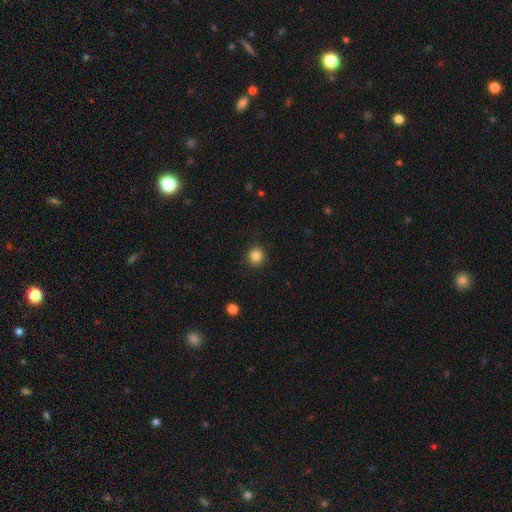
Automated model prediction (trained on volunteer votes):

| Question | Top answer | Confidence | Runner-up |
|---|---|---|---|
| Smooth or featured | smooth | 85% | star or artifact (11%) |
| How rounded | round | 93% | in between (6%) |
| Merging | none | 91% | minor disturbance (6%) |